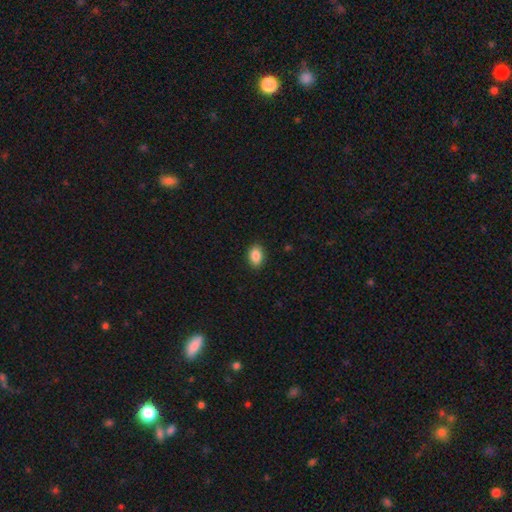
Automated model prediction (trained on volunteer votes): Morphology: type=smooth (88%); roundness=in between (82%); merging=none (90%).